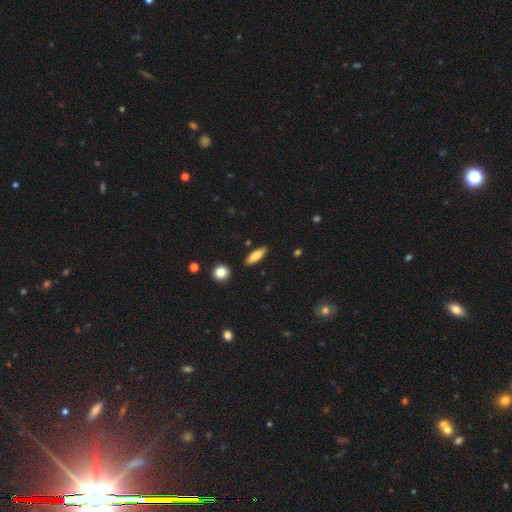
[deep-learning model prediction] smooth-or-featured: smooth: 83% | featured or disk: 11% | star or artifact: 7%
  how-rounded: in between: 52% | cigar-shaped: 46% | round: 2%
  merging: none: 87% | minor disturbance: 9% | merger: 2% | major disturbance: 2%